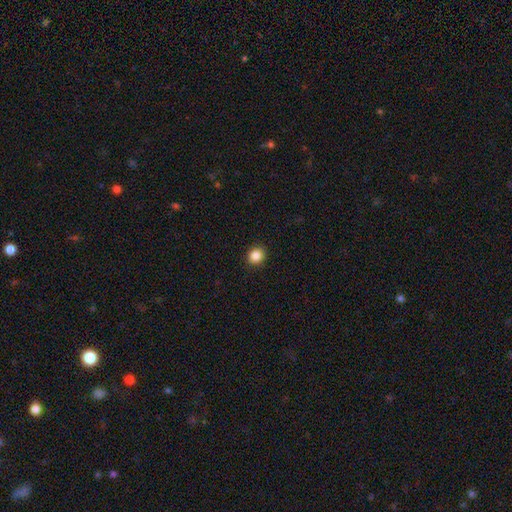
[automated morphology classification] The model was most divided on "how rounded": round: 78%, in between: 21%, cigar-shaped: 1%. More confident: merging — none (92%); smooth or featured — smooth (87%).